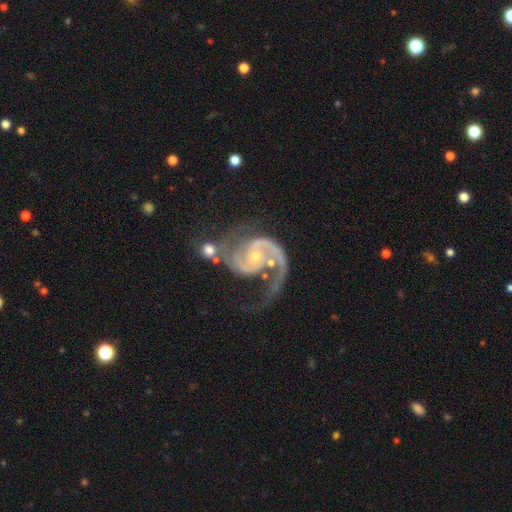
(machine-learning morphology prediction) Q: Smooth or featured?
A: featured or disk (93%); runner-up: star or artifact (4%)
Q: Edge-on disk?
A: no (98%); runner-up: yes (2%)
Q: Bar?
A: no (63%); runner-up: weak (29%)
Q: Spiral arms?
A: yes (98%); runner-up: no (2%)
Q: Spiral winding?
A: medium (56%); runner-up: loose (25%)
Q: Spiral arm count?
A: 2 (87%); runner-up: 1 (6%)
Q: Bulge size?
A: small (69%); runner-up: moderate (26%)
Q: Merging?
A: none (47%); runner-up: major disturbance (21%)